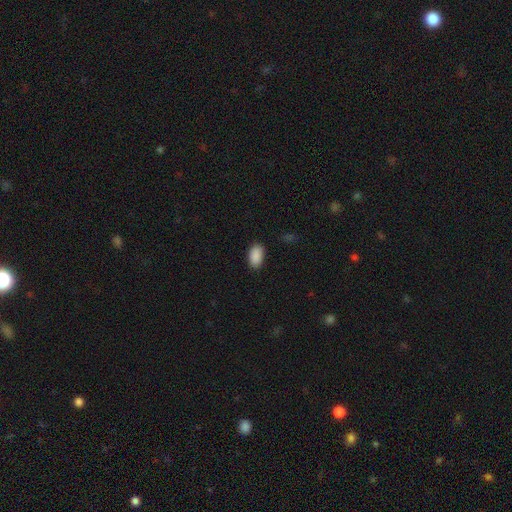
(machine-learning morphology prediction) Overall: smooth (90%). How rounded: in between (94%). Merging: none (86%).